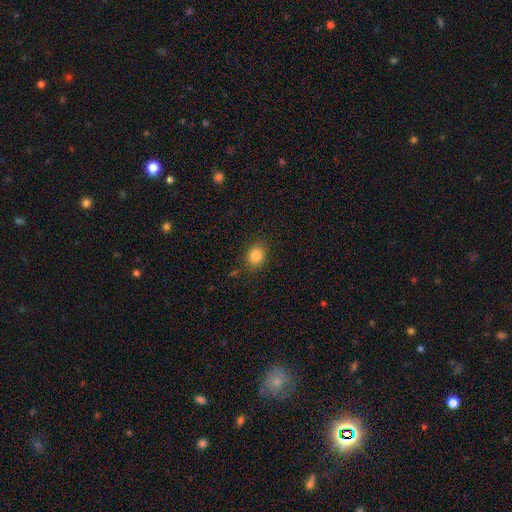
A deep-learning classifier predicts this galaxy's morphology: Smooth or featured? Predicted: smooth (p=0.84). How rounded? Predicted: round (p=0.60). Merging? Predicted: none (p=0.85).